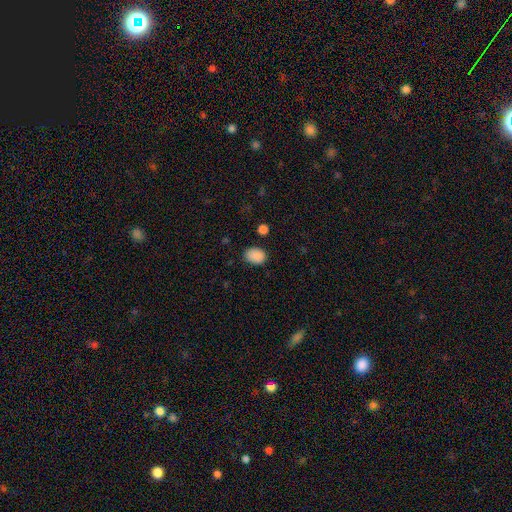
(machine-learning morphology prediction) A smooth galaxy with no disk features (88%) that is in between round and cigar-shaped (72%). Merging: none (78%).